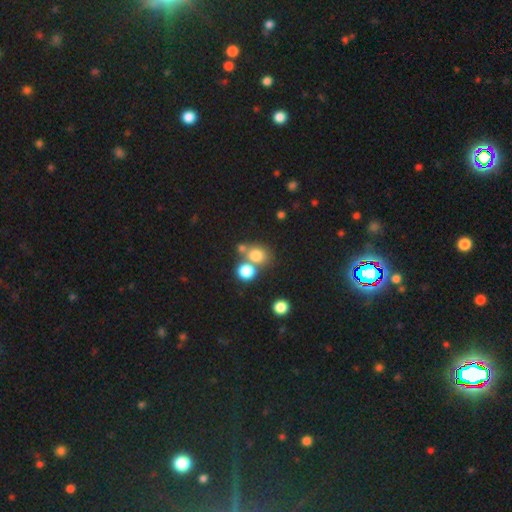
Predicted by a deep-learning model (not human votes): smooth 75%, star or artifact 15%, featured or disk 10%. Down the decision tree: how rounded — round (69%); merging — none (52%).